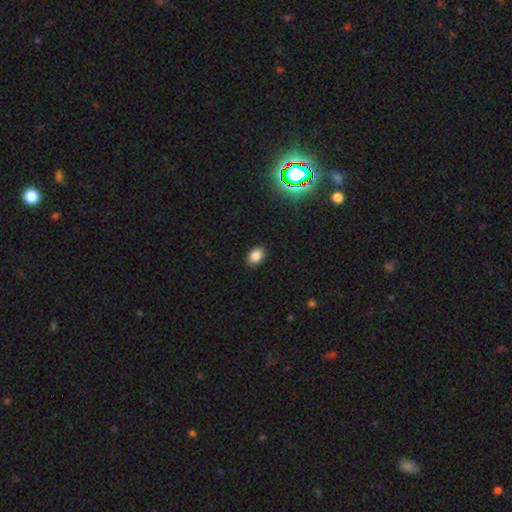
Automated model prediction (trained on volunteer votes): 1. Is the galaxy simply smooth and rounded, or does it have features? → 85% smooth, 10% star or artifact, 4% featured or disk.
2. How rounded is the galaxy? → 75% in between, 24% round, 1% cigar-shaped.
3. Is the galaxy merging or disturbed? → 89% none, 8% minor disturbance, 2% major disturbance, 1% merger.